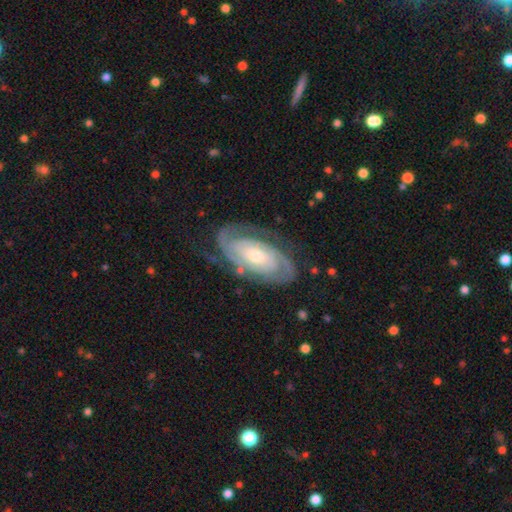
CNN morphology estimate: Smooth or featured? Predicted: featured or disk (p=0.88). Edge-on disk? Predicted: no (p=0.95). Bar? Predicted: no (p=0.64). Spiral arms? Predicted: yes (p=0.96). Spiral winding? Predicted: tight (p=0.72). Spiral arm count? Predicted: 2 (p=0.77). Bulge size? Predicted: moderate (p=0.47, tied with small). Merging? Predicted: none (p=0.77).